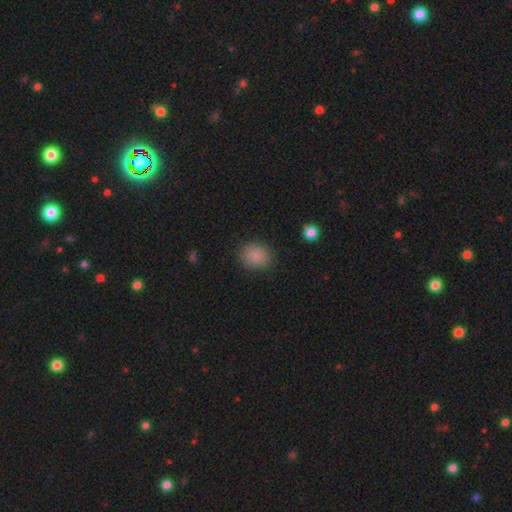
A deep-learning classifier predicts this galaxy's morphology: The model was most divided on "how rounded": round: 75%, in between: 24%, cigar-shaped: 1%. More confident: smooth or featured — smooth (86%); merging — none (86%).